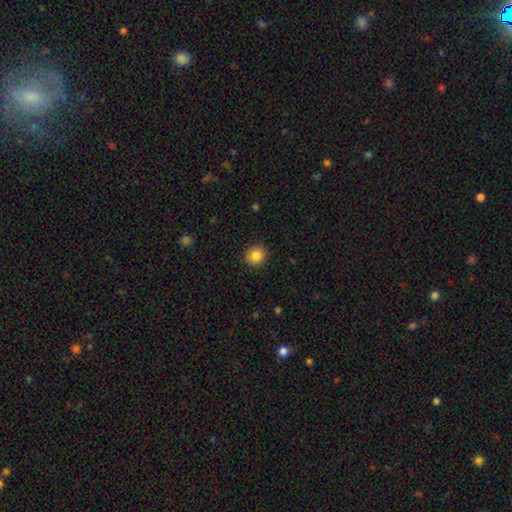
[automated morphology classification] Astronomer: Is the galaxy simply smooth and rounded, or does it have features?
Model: smooth — 86%.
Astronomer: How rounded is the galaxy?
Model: round — 85%.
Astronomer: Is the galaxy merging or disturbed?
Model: none — 90%.